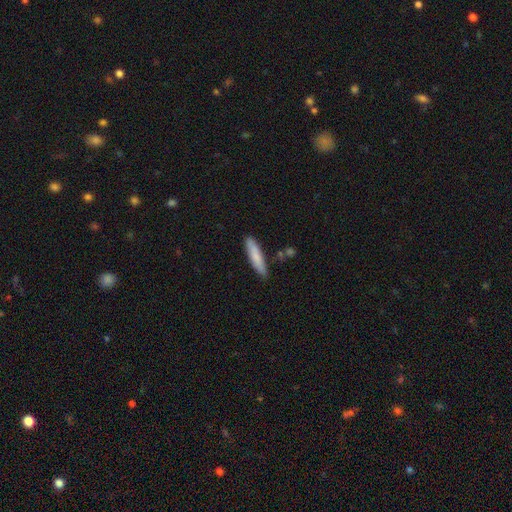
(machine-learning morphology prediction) Smooth or featured: smooth — 79% (featured or disk — 16%)
How rounded: cigar-shaped — 85% (in between — 14%)
Merging: none — 82% (minor disturbance — 13%)